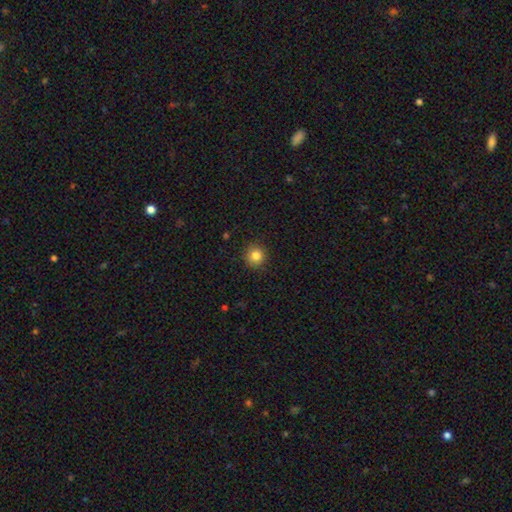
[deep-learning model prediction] Smooth or featured? smooth (83%)
How rounded? round (94%)
Merging? none (91%)